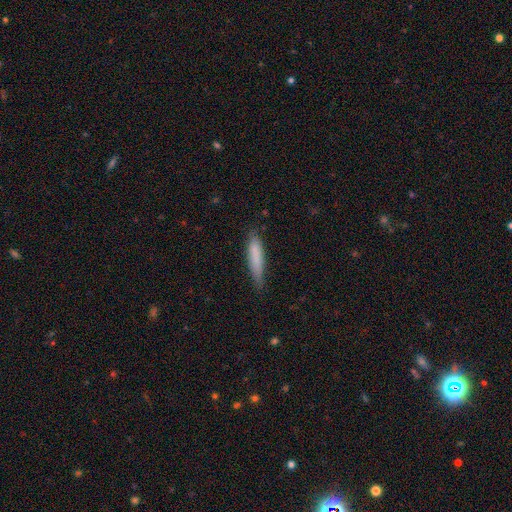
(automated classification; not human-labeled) smooth 79%, featured or disk 15%, star or artifact 6%. Down the decision tree: how rounded — cigar-shaped (87%); merging — none (77%).